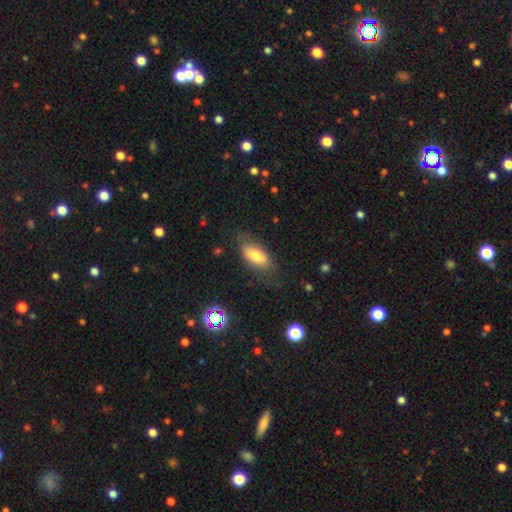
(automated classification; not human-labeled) smooth_or_featured: smooth (p=0.73) [alt: featured or disk p=0.18]
how_rounded: in between (p=0.84) [alt: cigar-shaped p=0.12]
merging: none (p=0.71) [alt: minor disturbance p=0.20]